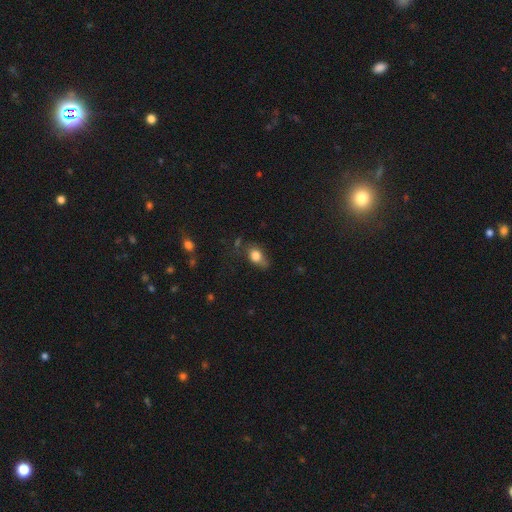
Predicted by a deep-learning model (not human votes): The model was most divided on "merging": none: 49%, minor disturbance: 33%, major disturbance: 14%, merger: 4%. More confident: smooth or featured — smooth (80%); how rounded — in between (68%).